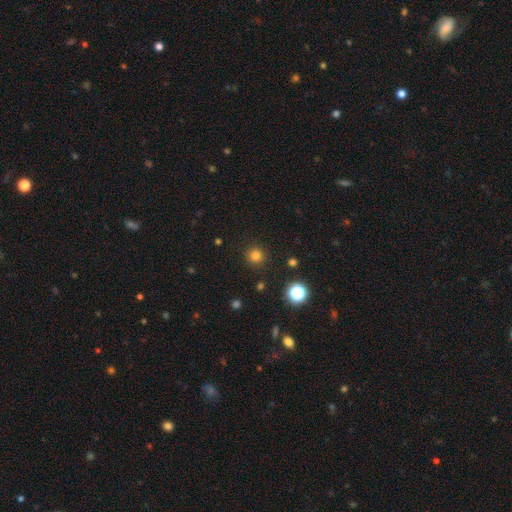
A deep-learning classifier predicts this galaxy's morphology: This is likely a smooth galaxy (80%). How rounded: clearly round (95%). Merging: clearly none (91%).